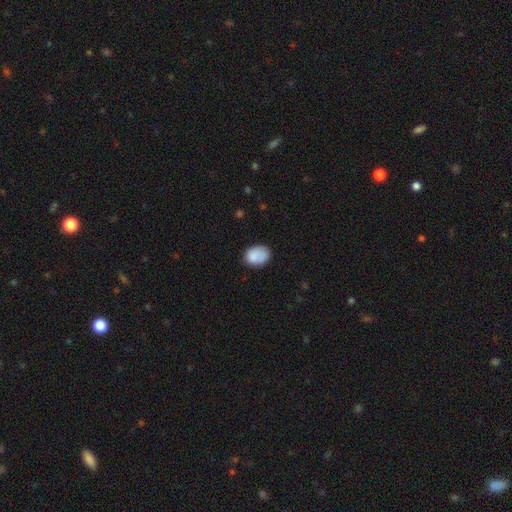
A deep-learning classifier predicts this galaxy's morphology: Smooth or featured: smooth — 84% (featured or disk — 8%)
How rounded: in between — 72% (round — 27%)
Merging: none — 68% (minor disturbance — 23%)